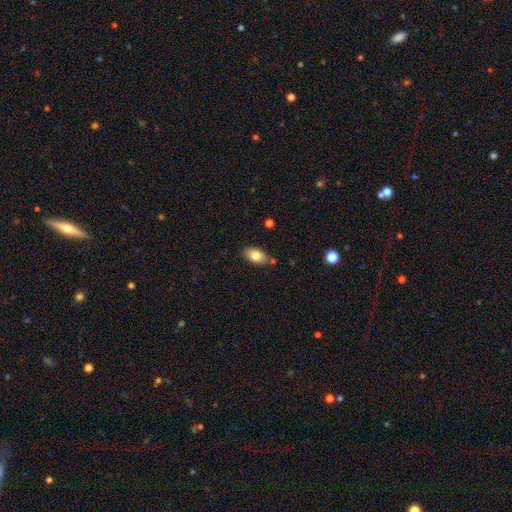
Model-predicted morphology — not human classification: This appears to be a smooth galaxy with no disk features (81%) that is in between round and cigar-shaped (91%). Merging: none (79%).